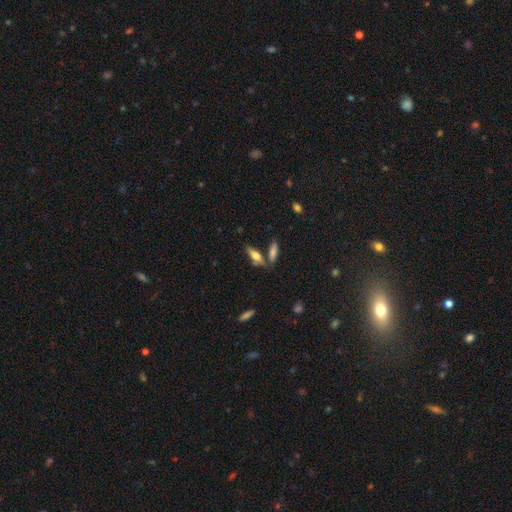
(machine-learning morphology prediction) This is possibly a smooth galaxy (57%). How rounded: possibly cigar-shaped (49%). Merging: likely none (67%).